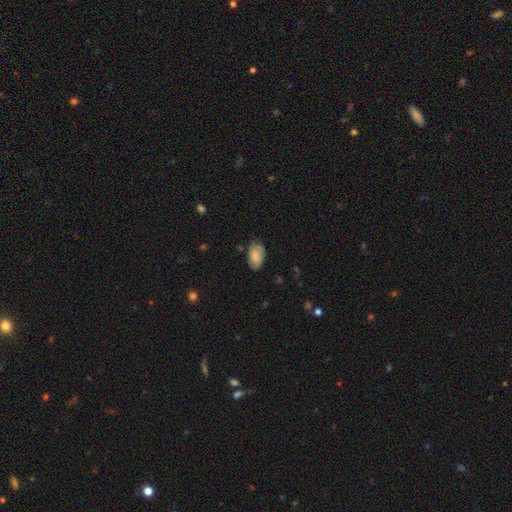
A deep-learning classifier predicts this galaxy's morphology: This is likely a smooth galaxy (77%). How rounded: clearly in between (92%). Merging: likely none (73%).